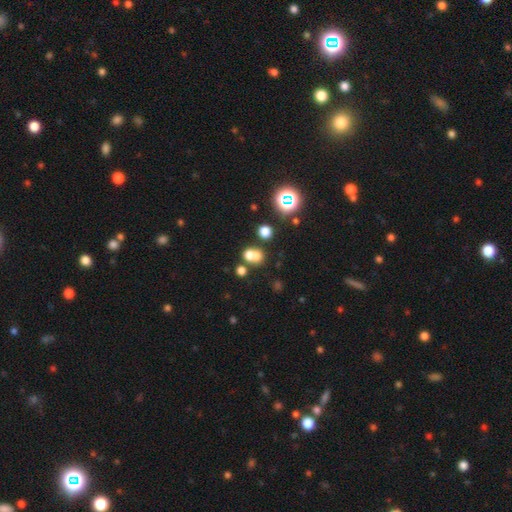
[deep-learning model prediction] smooth 64%, star or artifact 20%, featured or disk 15%. Down the decision tree: how rounded — round (71%); merging — merger (51%).